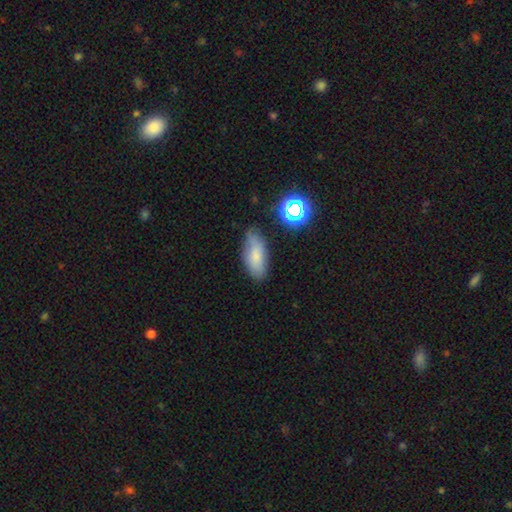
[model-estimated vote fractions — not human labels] smooth 74%, featured or disk 15%, star or artifact 11%. Down the decision tree: how rounded — in between (83%); merging — none (69%).